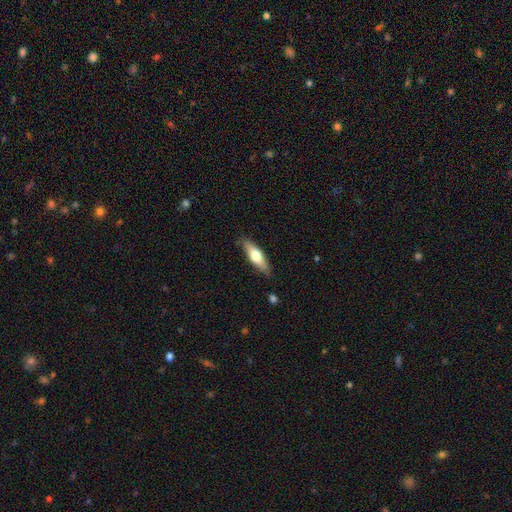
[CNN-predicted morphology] A smooth galaxy with no disk features (56%) that is cigar-shaped (55%).

Vote fractions:
- Smooth or featured? smooth: 56% / featured or disk: 38% / star or artifact: 6%
- How rounded? cigar-shaped: 55% / in between: 43% / round: 2%
- Merging? none: 83% / minor disturbance: 13% / major disturbance: 2% / merger: 2%